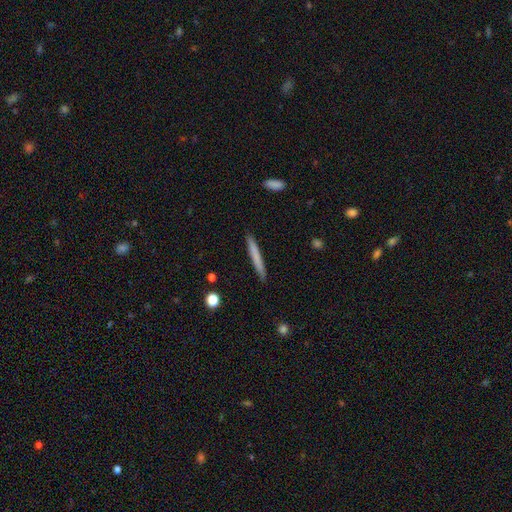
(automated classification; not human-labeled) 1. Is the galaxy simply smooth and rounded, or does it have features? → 69% smooth, 25% featured or disk, 6% star or artifact.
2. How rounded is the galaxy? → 97% cigar-shaped, 2% in between, 1% round.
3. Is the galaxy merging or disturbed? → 91% none, 6% minor disturbance, 1% major disturbance, 1% merger.